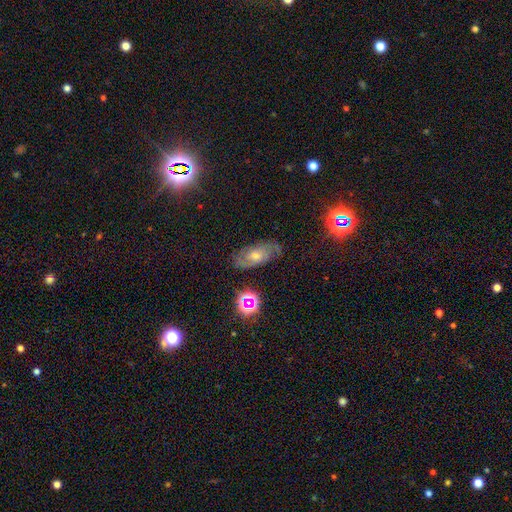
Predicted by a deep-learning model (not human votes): Smooth or featured?
  - featured or disk: 64% *
  - star or artifact: 19%
  - smooth: 17%
Edge-on disk?
  - no: 92% *
  - yes: 8%
Bar?
  - no: 68% *
  - weak: 27%
  - strong: 6%
Spiral arms?
  - yes: 91% *
  - no: 9%
Spiral winding?
  - tight: 52% *
  - medium: 37%
  - loose: 11%
Spiral arm count?
  - 2: 54% *
  - can't tell: 29%
  - 3: 7%
  - 1: 3%
  - 4: 3%
  - more than 4: 3%
Bulge size?
  - moderate: 50% *
  - small: 43%
  - large: 3%
  - none: 2%
  - dominant: 1%
Merging?
  - none: 78% *
  - minor disturbance: 16%
  - major disturbance: 5%
  - merger: 2%